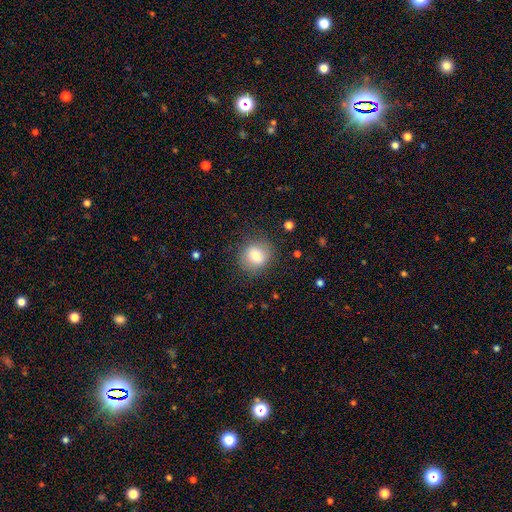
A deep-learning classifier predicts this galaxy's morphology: Smooth or featured? smooth (79%)
How rounded? round (81%)
Merging? none (81%)